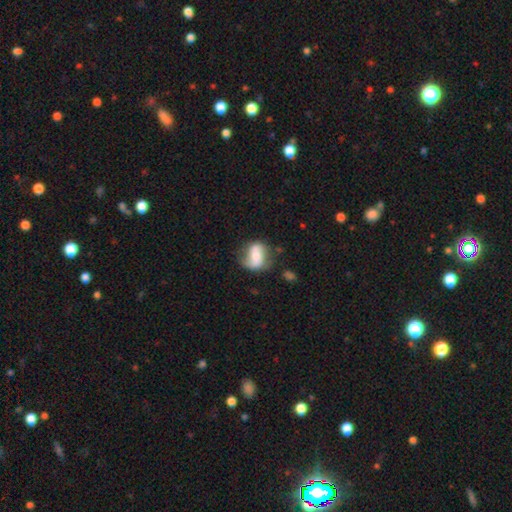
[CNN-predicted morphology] type=featured or disk (52%); edge-on=no (95%); merging=none (59%).